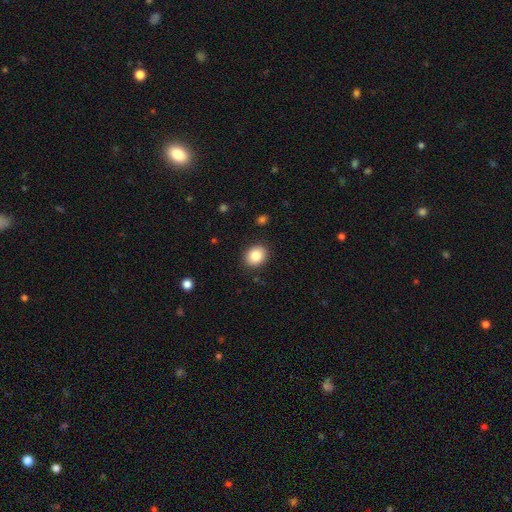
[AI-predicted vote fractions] Smooth or featured: smooth — 84% (star or artifact — 9%)
How rounded: round — 58% (in between — 41%)
Merging: none — 90% (minor disturbance — 7%)